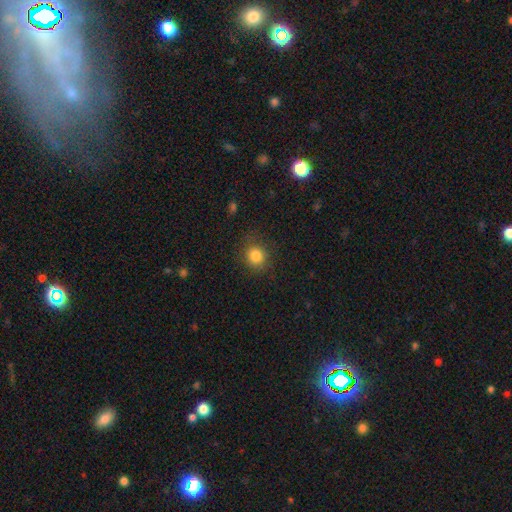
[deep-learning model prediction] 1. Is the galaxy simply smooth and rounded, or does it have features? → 84% smooth, 11% star or artifact, 5% featured or disk.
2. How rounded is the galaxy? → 84% round, 15% in between, 1% cigar-shaped.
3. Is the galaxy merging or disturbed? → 83% none, 11% minor disturbance, 4% major disturbance, 1% merger.